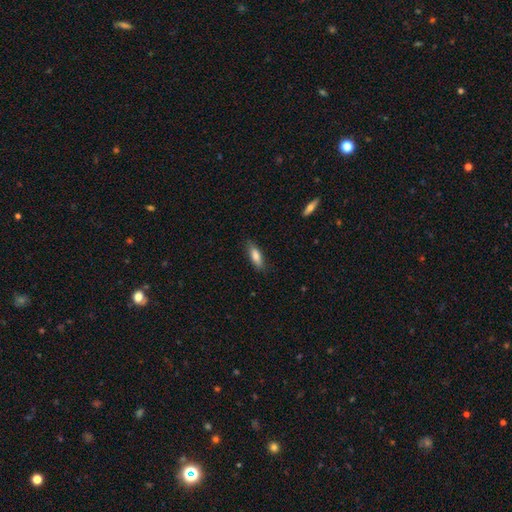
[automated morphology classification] Overall: smooth (80%). How rounded: in between (55%; cigar-shaped 43%). Merging: none (83%).